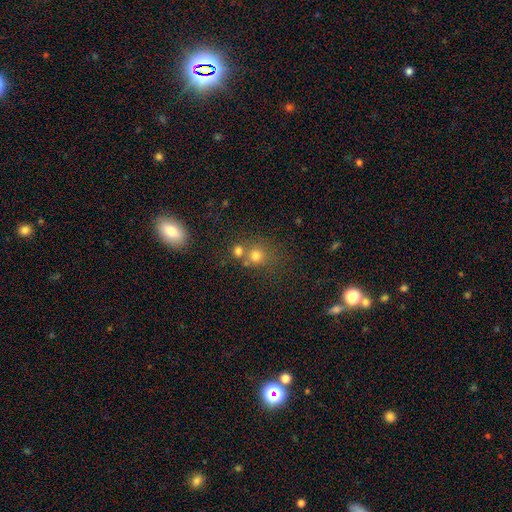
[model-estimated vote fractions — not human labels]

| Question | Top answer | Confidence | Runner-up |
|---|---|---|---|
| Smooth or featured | smooth | 73% | star or artifact (17%) |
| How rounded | round | 84% | in between (15%) |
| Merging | none | 52% | merger (34%) |